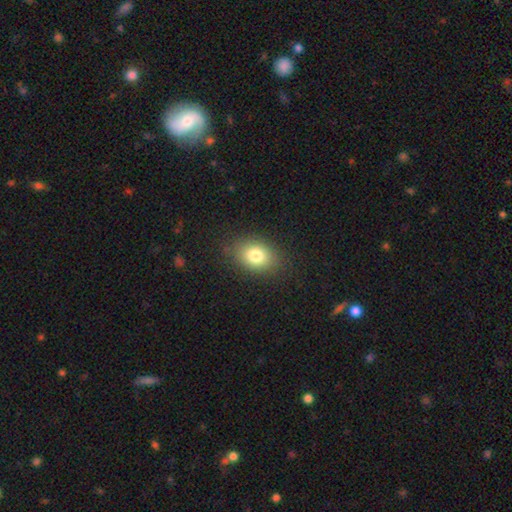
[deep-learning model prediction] A smooth galaxy with no disk features (80%) that is in between round and cigar-shaped (69%).

Vote fractions:
- Smooth or featured? smooth: 80% / star or artifact: 11% / featured or disk: 10%
- How rounded? in between: 69% / round: 30% / cigar-shaped: 1%
- Merging? none: 85% / minor disturbance: 11% / major disturbance: 3% / merger: 1%